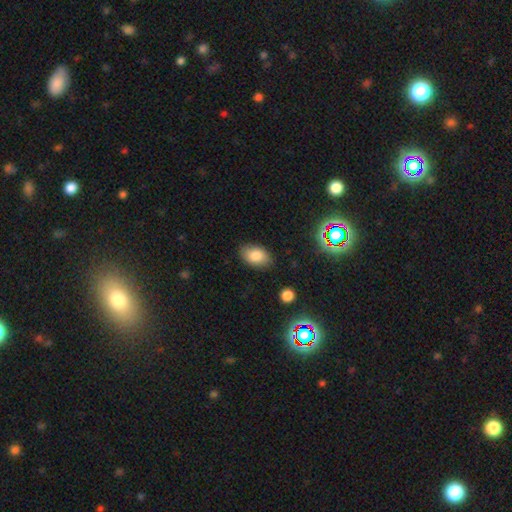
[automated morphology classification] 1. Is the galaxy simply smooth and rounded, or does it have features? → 82% smooth, 9% star or artifact, 9% featured or disk.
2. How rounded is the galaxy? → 88% in between, 11% round, 1% cigar-shaped.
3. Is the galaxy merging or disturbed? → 84% none, 12% minor disturbance, 3% major disturbance, 1% merger.